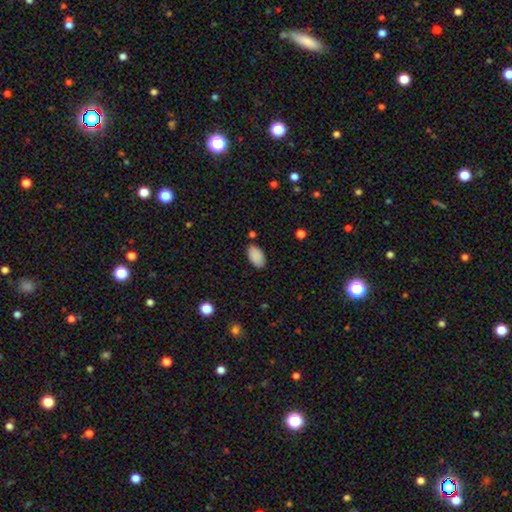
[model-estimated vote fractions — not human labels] Q: Smooth or featured?
A: smooth (88%); runner-up: star or artifact (7%)
Q: How rounded?
A: in between (95%); runner-up: round (4%)
Q: Merging?
A: none (82%); runner-up: minor disturbance (12%)